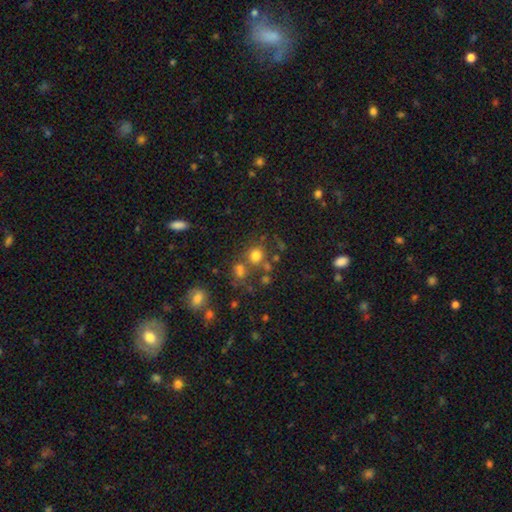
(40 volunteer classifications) A smooth galaxy with no disk features (70%) that is round (79%). Merging: none (62%).